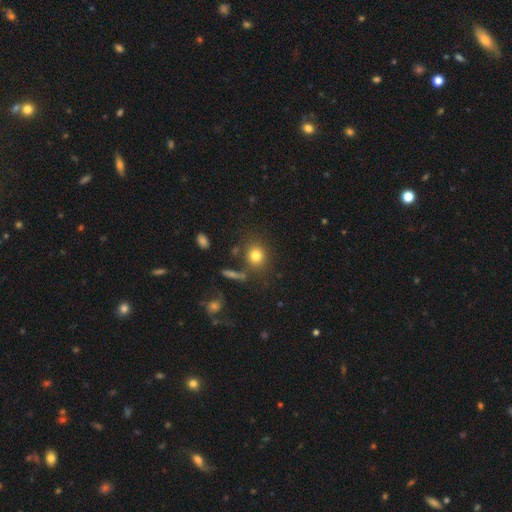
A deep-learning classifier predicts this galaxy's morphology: Smooth or featured?
  - smooth: 79% *
  - star or artifact: 12%
  - featured or disk: 9%
How rounded?
  - round: 83% *
  - in between: 16%
  - cigar-shaped: 1%
Merging?
  - none: 78% *
  - minor disturbance: 10%
  - merger: 7%
  - major disturbance: 5%